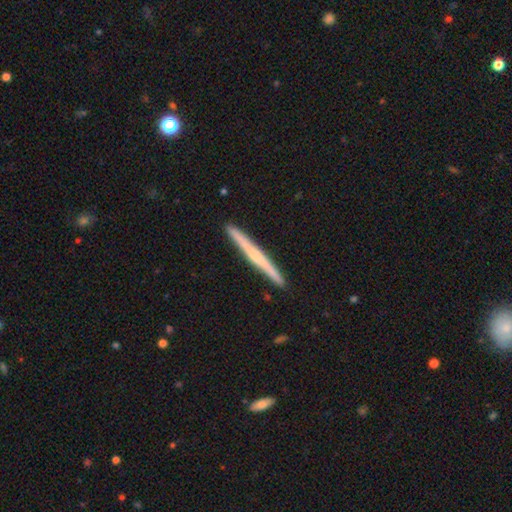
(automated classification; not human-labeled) featured or disk 60%, smooth 35%, star or artifact 5%. Down the decision tree: edge-on disk — yes (98%); edge-on bulge — rounded (47%); merging — none (93%).